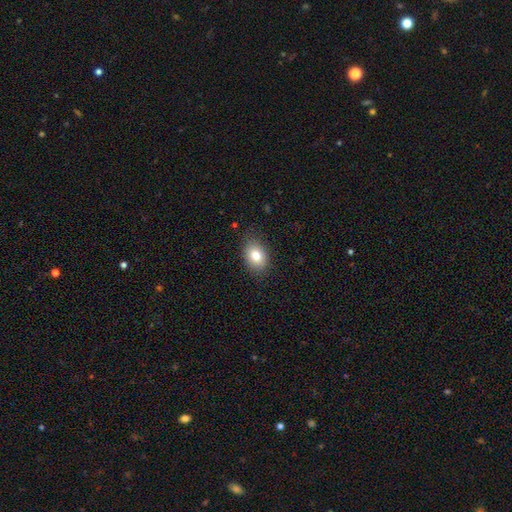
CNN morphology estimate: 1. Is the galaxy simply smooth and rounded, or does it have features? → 81% smooth, 10% featured or disk, 10% star or artifact.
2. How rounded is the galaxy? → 70% in between, 29% round, 1% cigar-shaped.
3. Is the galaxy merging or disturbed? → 84% none, 12% minor disturbance, 3% major disturbance, 1% merger.